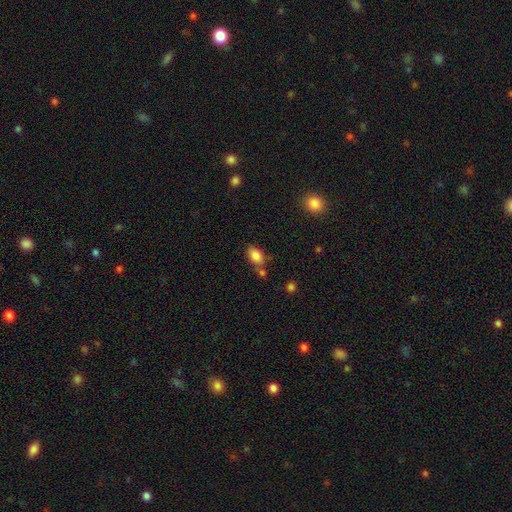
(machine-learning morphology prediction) A smooth galaxy with no disk features (85%) that is in between round and cigar-shaped (85%). Merging: none (62%).